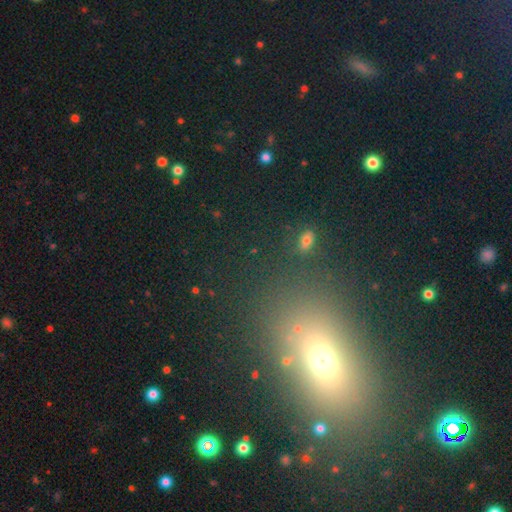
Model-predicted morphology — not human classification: This appears to be a smooth galaxy with no disk features (50%) that is in between round and cigar-shaped (65%). Merging: none (82%).